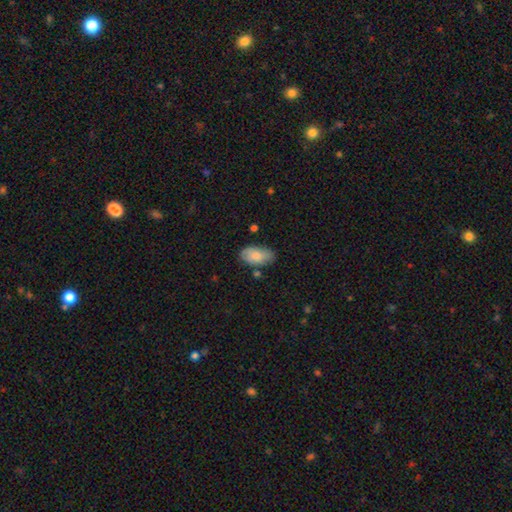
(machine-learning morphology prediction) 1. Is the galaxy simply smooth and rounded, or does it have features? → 78% smooth, 16% featured or disk, 6% star or artifact.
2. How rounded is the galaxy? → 94% in between, 4% round, 3% cigar-shaped.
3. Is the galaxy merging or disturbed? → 71% none, 21% minor disturbance, 4% merger, 4% major disturbance.